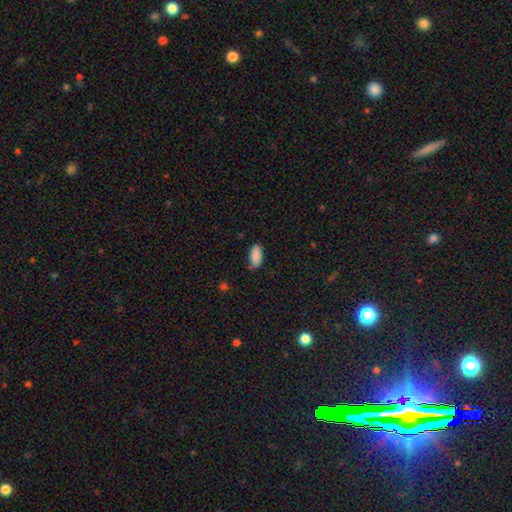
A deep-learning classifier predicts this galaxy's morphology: Smooth or featured: smooth — 89% (star or artifact — 7%)
How rounded: in between — 92% (cigar-shaped — 6%)
Merging: none — 78% (minor disturbance — 18%)